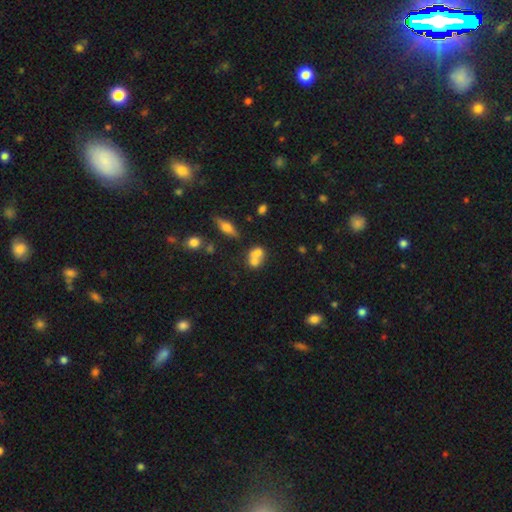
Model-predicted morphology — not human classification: This is likely a smooth galaxy (64%). How rounded: possibly round (49%, tied with in between). Merging: likely merger (61%).